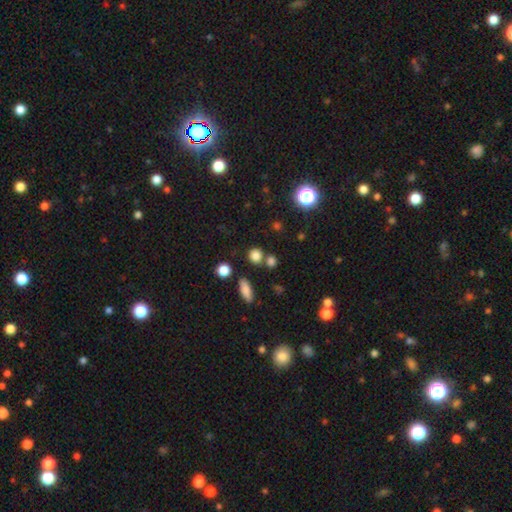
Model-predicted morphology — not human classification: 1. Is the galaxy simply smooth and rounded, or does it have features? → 80% smooth, 15% star or artifact, 5% featured or disk.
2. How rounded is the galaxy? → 85% round, 14% in between, 2% cigar-shaped.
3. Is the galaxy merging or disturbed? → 73% none, 14% merger, 10% minor disturbance, 4% major disturbance.